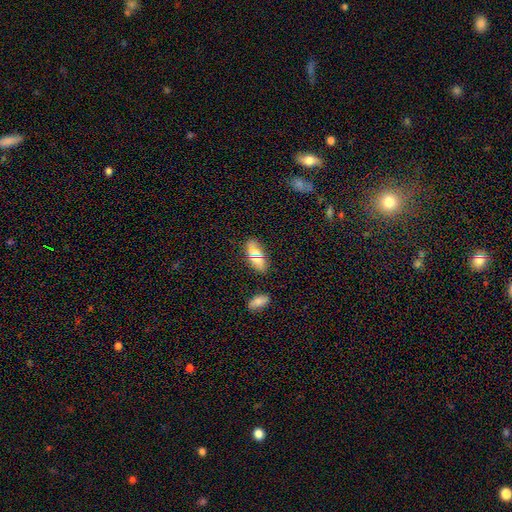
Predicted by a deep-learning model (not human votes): This appears to be a smooth galaxy with no disk features (67%) that is in between round and cigar-shaped (72%). Merging: none (71%).